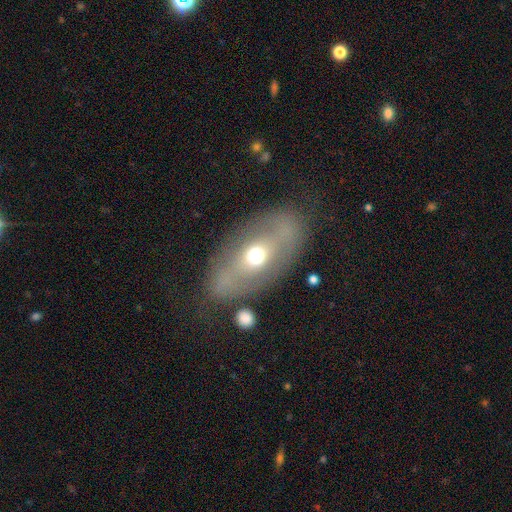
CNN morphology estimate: This appears to be a featured or disk galaxy (51%). Merging: none (77%).